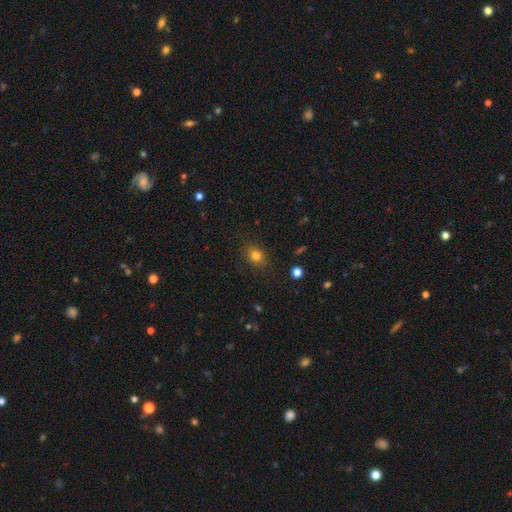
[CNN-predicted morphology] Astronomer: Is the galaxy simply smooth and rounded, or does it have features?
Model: smooth — 80%.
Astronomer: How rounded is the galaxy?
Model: round — 59% (runner-up: in between, 39%).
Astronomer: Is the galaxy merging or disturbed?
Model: none — 85%.